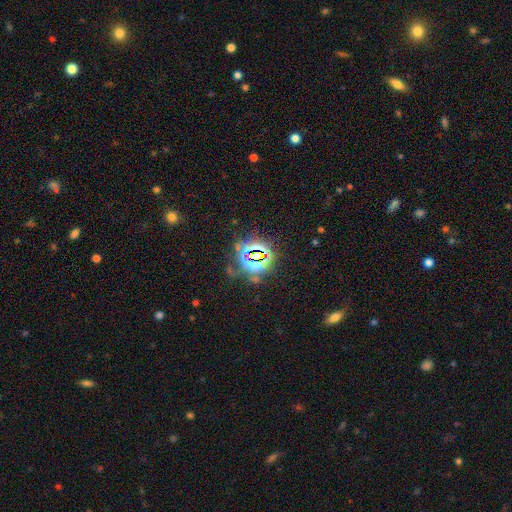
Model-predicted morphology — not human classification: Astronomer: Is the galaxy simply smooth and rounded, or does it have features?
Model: star or artifact — 77%.